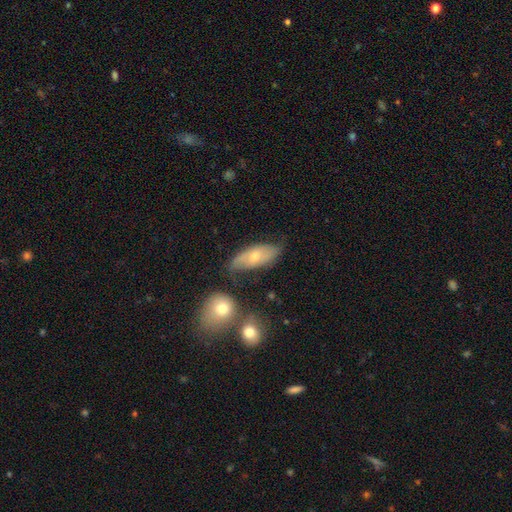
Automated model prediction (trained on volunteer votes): Overall: smooth (50%; featured or disk 42%). Merging: none (55%; minor disturbance 28%).